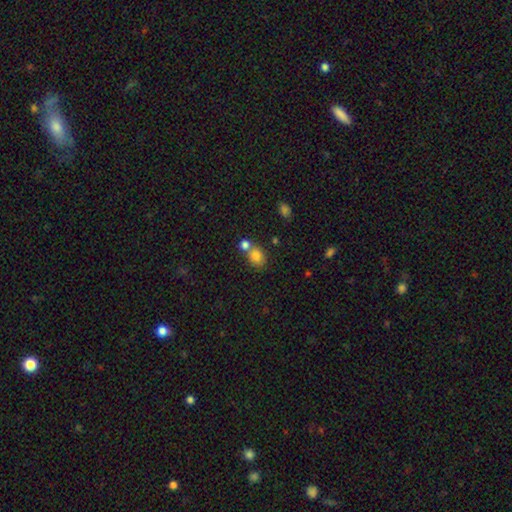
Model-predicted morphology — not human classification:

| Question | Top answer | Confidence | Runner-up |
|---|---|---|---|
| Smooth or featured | smooth | 80% | star or artifact (11%) |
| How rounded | round | 60% | in between (39%) |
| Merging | none | 48% | merger (39%) |